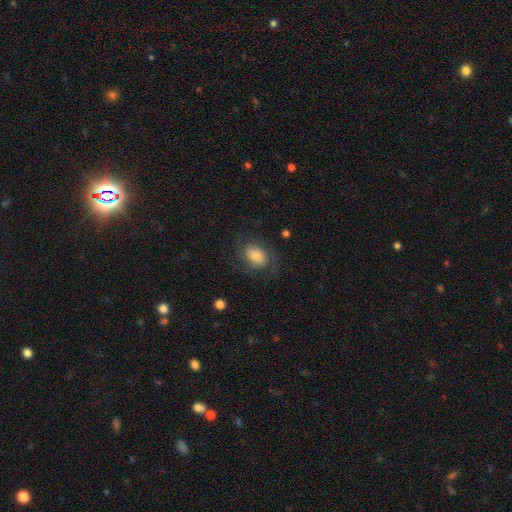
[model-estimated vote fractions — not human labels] Morphology: type=featured or disk (47%); merging=none (68%).